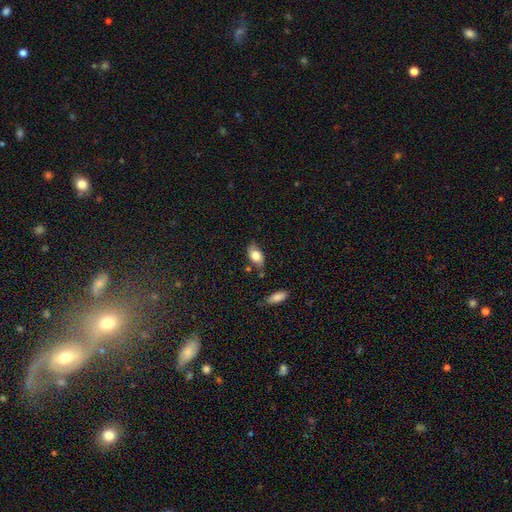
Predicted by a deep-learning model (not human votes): This is likely a smooth galaxy (77%). How rounded: clearly in between (88%). Merging: likely none (68%).